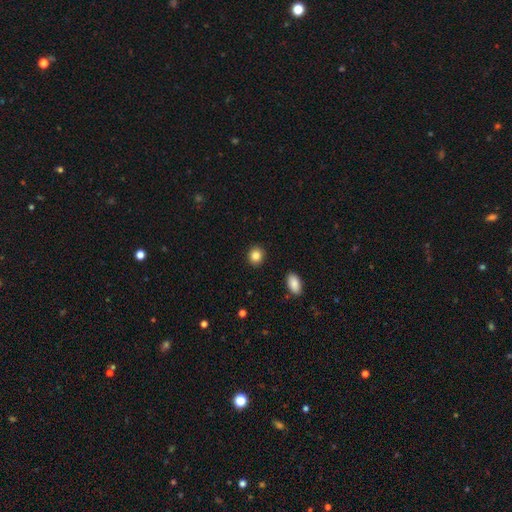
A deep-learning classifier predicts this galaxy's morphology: This is clearly a smooth galaxy (86%). How rounded: likely round (77%). Merging: clearly none (91%).